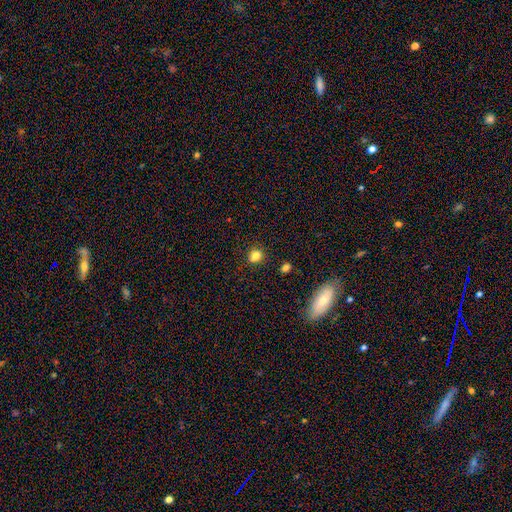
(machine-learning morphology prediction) smooth-or-featured: smooth: 79% | star or artifact: 14% | featured or disk: 7%
  how-rounded: round: 69% | in between: 30% | cigar-shaped: 1%
  merging: none: 79% | minor disturbance: 13% | merger: 5% | major disturbance: 3%